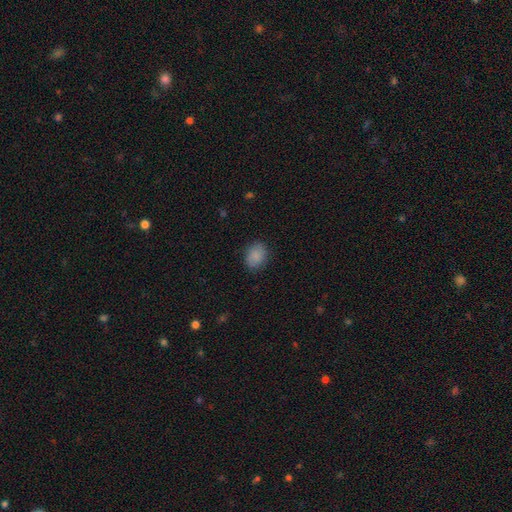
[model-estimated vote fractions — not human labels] Overall: smooth (87%). How rounded: in between (61%; round 38%). Merging: none (84%).